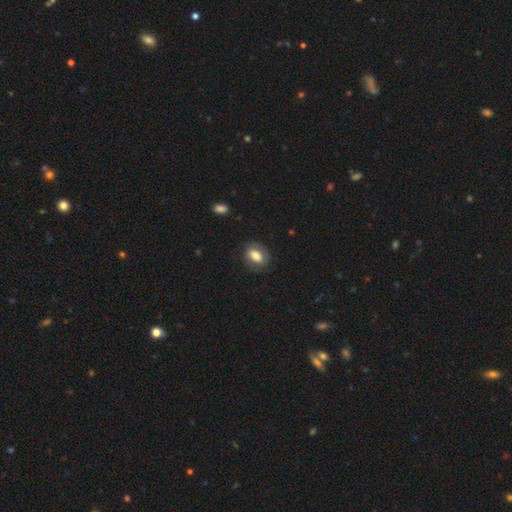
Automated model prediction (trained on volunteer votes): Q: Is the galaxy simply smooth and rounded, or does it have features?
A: smooth — 71%.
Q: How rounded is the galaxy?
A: in between — 75%.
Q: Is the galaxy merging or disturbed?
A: none — 80%.